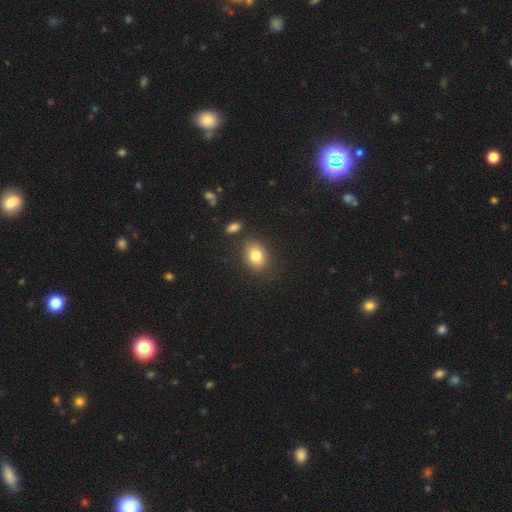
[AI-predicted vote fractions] Q: Smooth or featured?
A: smooth (81%); runner-up: star or artifact (10%)
Q: How rounded?
A: in between (57%); runner-up: round (42%)
Q: Merging?
A: none (81%); runner-up: minor disturbance (11%)